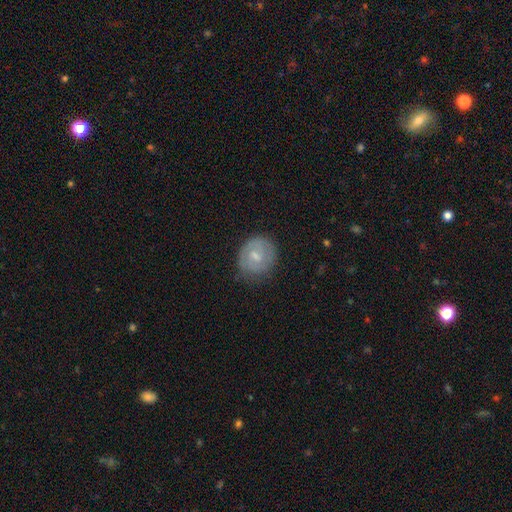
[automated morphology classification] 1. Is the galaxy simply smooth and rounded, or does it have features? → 47% smooth, 46% featured or disk, 7% star or artifact.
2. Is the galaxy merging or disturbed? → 72% none, 20% minor disturbance, 6% major disturbance, 1% merger.